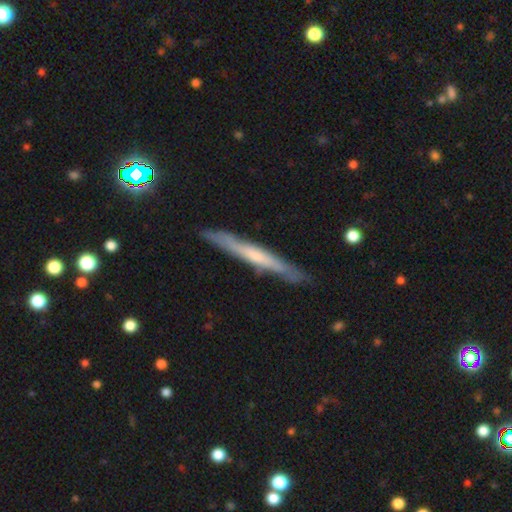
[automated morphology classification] This appears to be a featured or disk galaxy (55%) viewed edge-on (91%). Merging: none (83%).